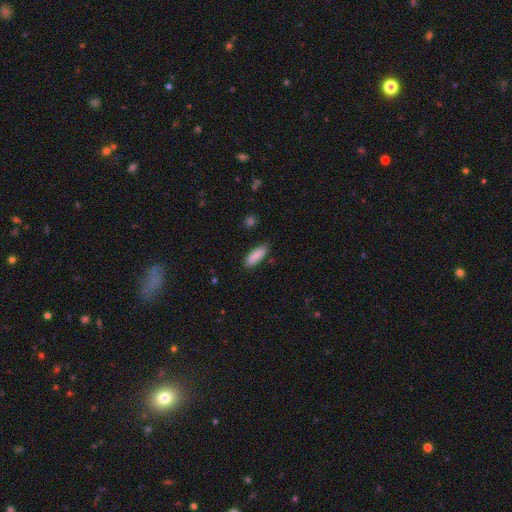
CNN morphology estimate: A smooth galaxy with no disk features (88%) that is in between round and cigar-shaped (64%). Merging: none (83%).